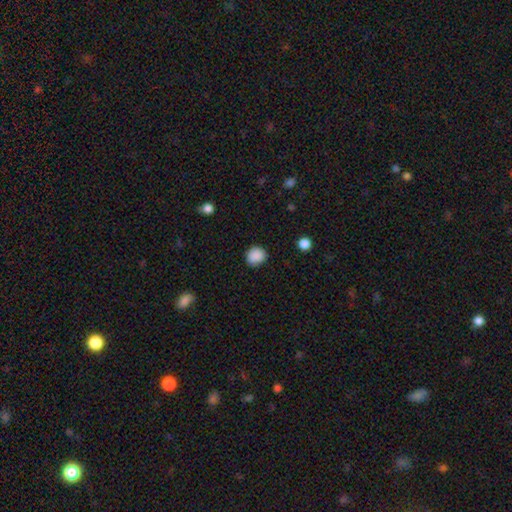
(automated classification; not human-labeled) smooth-or-featured: smooth: 88% | star or artifact: 9% | featured or disk: 3%
  how-rounded: round: 86% | in between: 13% | cigar-shaped: 1%
  merging: none: 84% | minor disturbance: 12% | major disturbance: 3% | merger: 1%